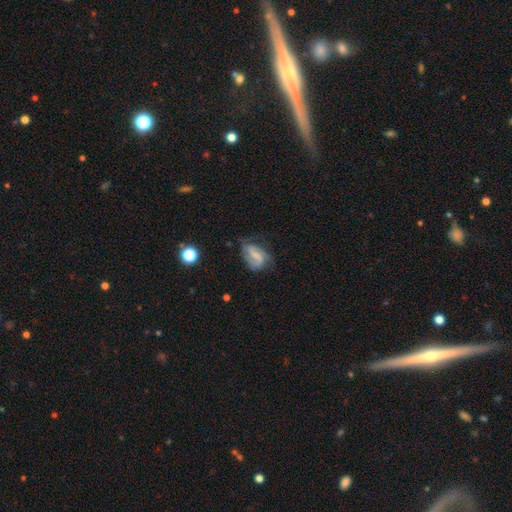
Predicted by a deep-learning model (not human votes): A featured or disk galaxy (53%) with a strong bar (38%, tied with weak), spiral arms (74%) and no central bulge (52%).

Vote fractions:
- Smooth or featured? featured or disk: 53% / smooth: 38% / star or artifact: 9%
- Edge-on disk? no: 95% / yes: 5%
- Bar? strong: 38% (tied) / weak: 38% (tied) / no: 24%
- Spiral arms? yes: 74% / no: 26%
- Bulge size? none: 52% / small: 27% / moderate: 15% / large: 5% / dominant: 2%
- Merging? none: 43% / minor disturbance: 31% / major disturbance: 23% / merger: 3%